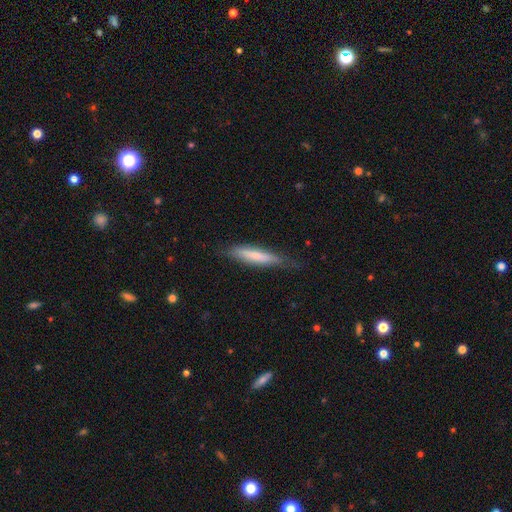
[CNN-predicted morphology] Smooth or featured? Predicted: smooth (p=0.64). How rounded? Predicted: cigar-shaped (p=0.87). Merging? Predicted: none (p=0.71).